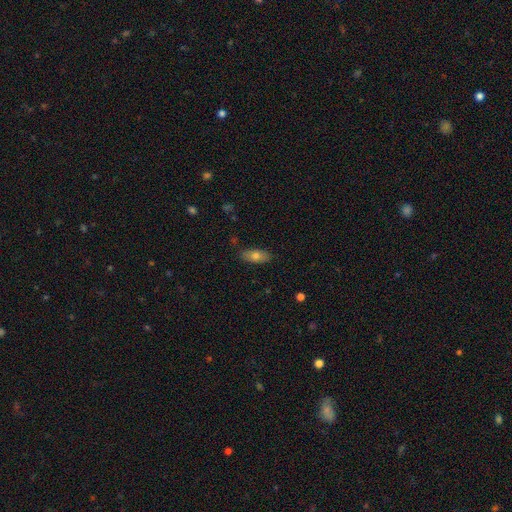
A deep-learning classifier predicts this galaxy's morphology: Overall: smooth (74%). How rounded: in between (81%). Merging: none (85%).